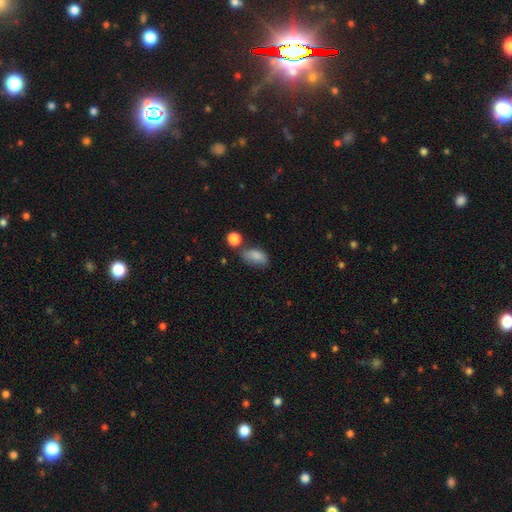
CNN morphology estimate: smooth-or-featured: smooth: 83% | star or artifact: 9% | featured or disk: 8%
  how-rounded: in between: 89% | round: 6% | cigar-shaped: 4%
  merging: none: 50% | minor disturbance: 28% | merger: 12% | major disturbance: 10%